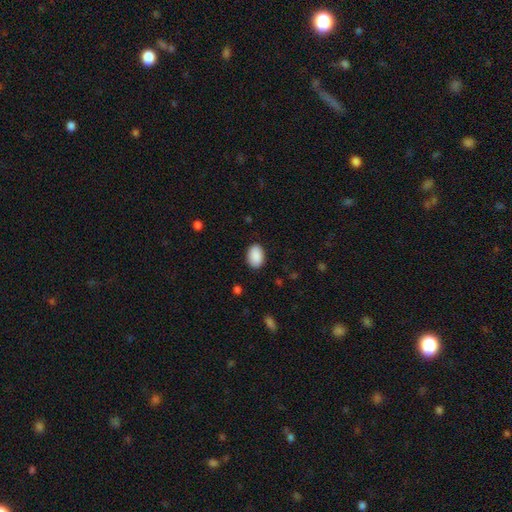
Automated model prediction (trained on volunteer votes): Smooth or featured?
  - smooth: 91% *
  - star or artifact: 6%
  - featured or disk: 3%
How rounded?
  - in between: 86% *
  - round: 13%
  - cigar-shaped: 1%
Merging?
  - none: 88% *
  - minor disturbance: 9%
  - major disturbance: 2%
  - merger: 1%